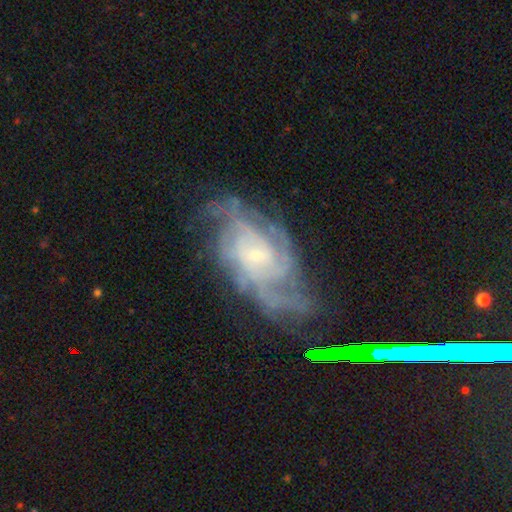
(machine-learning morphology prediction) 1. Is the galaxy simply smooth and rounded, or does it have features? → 85% featured or disk, 8% star or artifact, 7% smooth.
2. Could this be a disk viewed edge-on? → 96% no, 4% yes.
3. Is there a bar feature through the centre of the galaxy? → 63% no, 31% weak, 6% strong.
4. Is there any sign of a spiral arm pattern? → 95% yes, 5% no.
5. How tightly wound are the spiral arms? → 55% tight, 35% medium, 9% loose.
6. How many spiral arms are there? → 36% can't tell, 19% 4, 17% 3, 14% 2, 9% more than 4, 6% 1.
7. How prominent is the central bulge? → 72% small, 21% moderate, 4% none, 2% large, 1% dominant.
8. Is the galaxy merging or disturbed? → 60% none, 22% minor disturbance, 15% major disturbance, 3% merger.